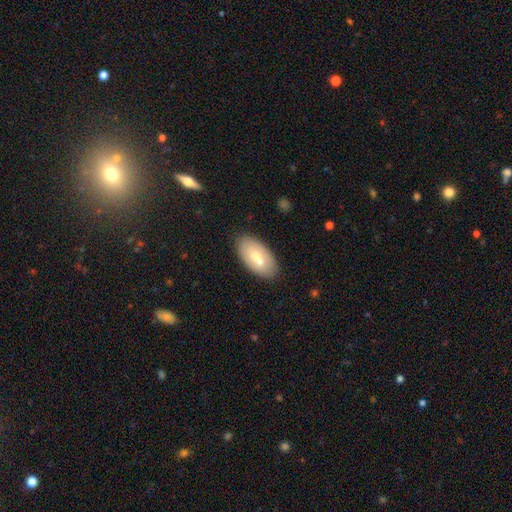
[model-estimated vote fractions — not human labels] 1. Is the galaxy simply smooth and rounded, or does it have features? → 59% smooth, 33% featured or disk, 7% star or artifact.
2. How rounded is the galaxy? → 93% in between, 4% cigar-shaped, 3% round.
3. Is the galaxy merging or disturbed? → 78% none, 11% minor disturbance, 8% merger, 3% major disturbance.